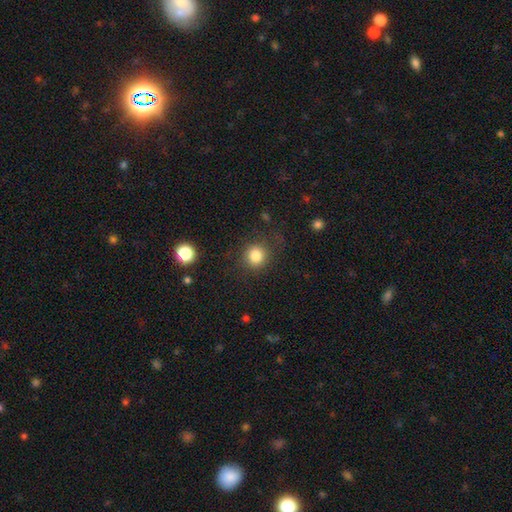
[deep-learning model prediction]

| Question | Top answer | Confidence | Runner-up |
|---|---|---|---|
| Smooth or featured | smooth | 83% | star or artifact (11%) |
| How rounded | round | 88% | in between (11%) |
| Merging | none | 83% | minor disturbance (10%) |